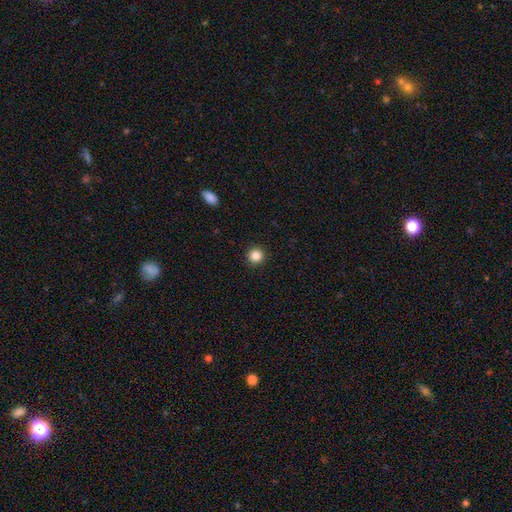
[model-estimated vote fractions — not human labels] A smooth galaxy with no disk features (85%) that is round (95%). Merging: none (93%).